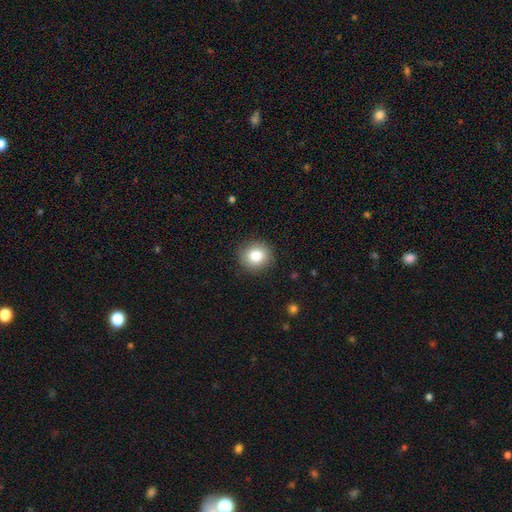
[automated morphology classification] Smooth or featured? Predicted: smooth (p=0.83). How rounded? Predicted: round (p=0.86). Merging? Predicted: none (p=0.90).